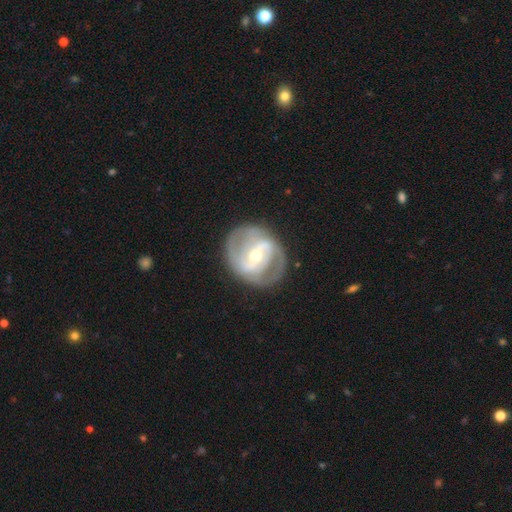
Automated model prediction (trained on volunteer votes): A featured or disk galaxy (84%) with a strong bar (44%), 2 (76%) medium (46%) spiral arms (87%) and a moderate central bulge (55%).

Vote fractions:
- Smooth or featured? featured or disk: 84% / smooth: 11% / star or artifact: 5%
- Edge-on disk? no: 97% / yes: 3%
- Bar? strong: 44% / weak: 38% / no: 18%
- Spiral arms? yes: 87% / no: 13%
- Spiral winding? medium: 46% / tight: 35% / loose: 19%
- Spiral arm count? 2: 76% / can't tell: 11% / 3: 7% / 1: 3% / 4: 2% / more than 4: 2%
- Bulge size? moderate: 55% / small: 40% / large: 3% / none: 1% / dominant: 1%
- Merging? none: 77% / minor disturbance: 14% / major disturbance: 8% / merger: 2%